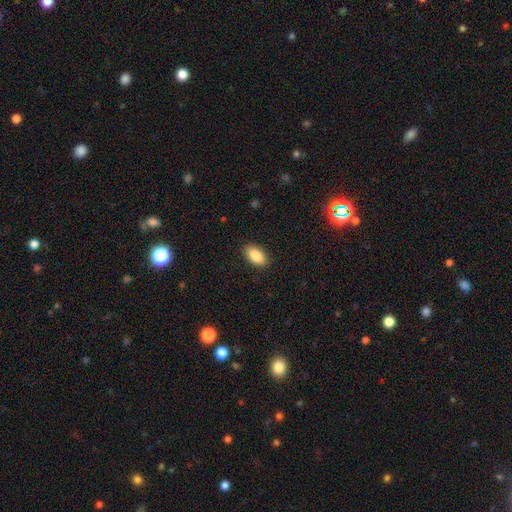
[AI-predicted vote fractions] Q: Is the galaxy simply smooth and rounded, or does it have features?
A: smooth — 88%.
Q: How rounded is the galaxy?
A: in between — 94%.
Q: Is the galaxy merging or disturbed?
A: none — 89%.